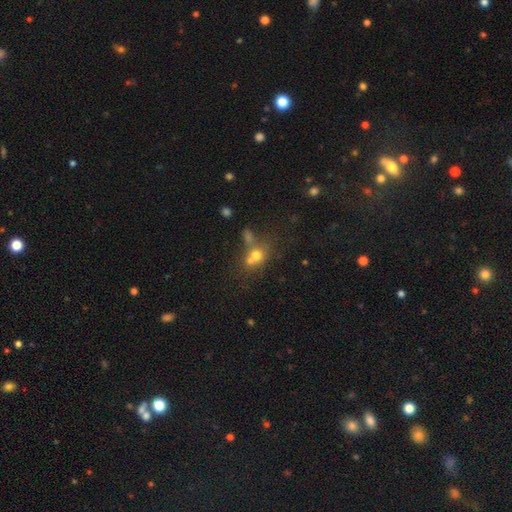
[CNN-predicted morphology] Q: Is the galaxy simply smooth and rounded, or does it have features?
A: smooth — 65%.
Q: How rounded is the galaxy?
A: round — 69%.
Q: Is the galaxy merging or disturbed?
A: merger — 49%.